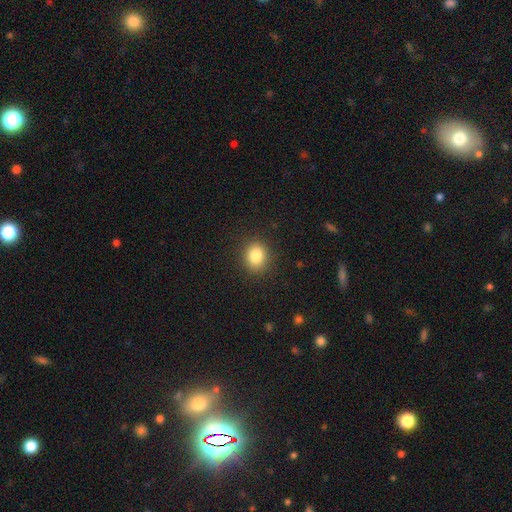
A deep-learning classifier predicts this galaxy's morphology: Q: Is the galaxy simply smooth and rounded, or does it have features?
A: smooth — 83%.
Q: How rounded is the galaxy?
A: round — 69%.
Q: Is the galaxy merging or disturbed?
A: none — 89%.